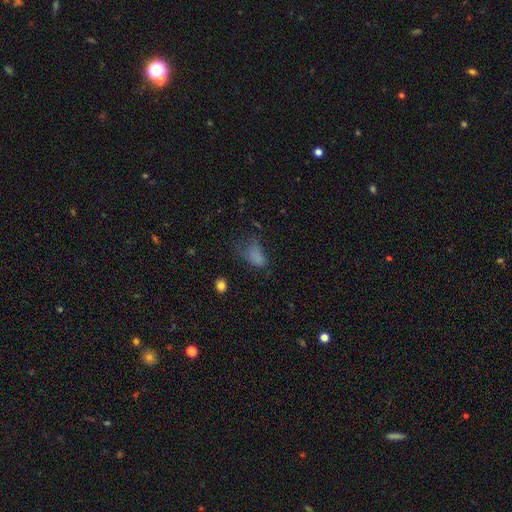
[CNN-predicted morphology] smooth-or-featured: smooth: 70% | star or artifact: 17% | featured or disk: 13%
  how-rounded: in between: 85% | round: 11% | cigar-shaped: 4%
  merging: major disturbance: 37% | none: 32% | minor disturbance: 27% | merger: 4%